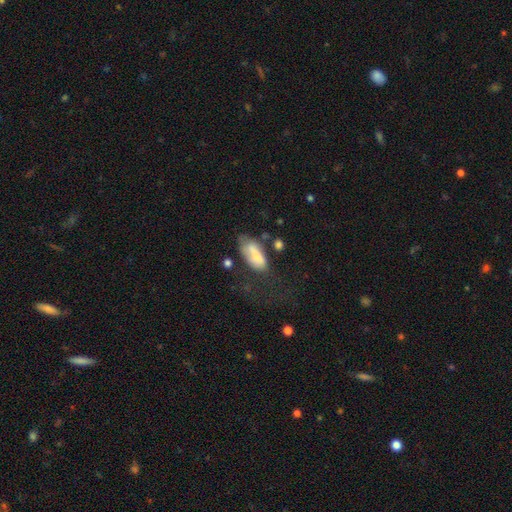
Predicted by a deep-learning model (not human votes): The model was most divided on "merging": none: 38%, minor disturbance: 29%, major disturbance: 23%, merger: 10%. More confident: how rounded — in between (85%); smooth or featured — smooth (70%).